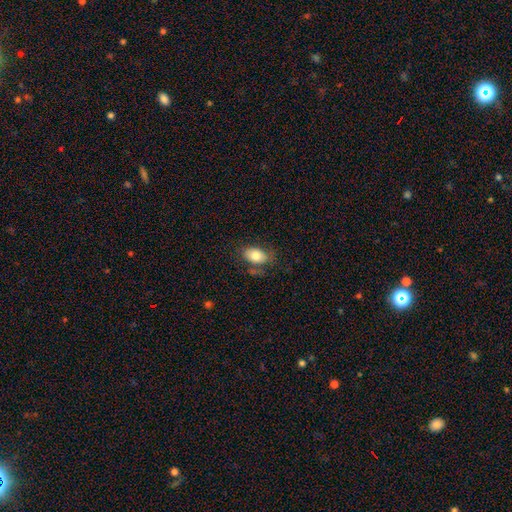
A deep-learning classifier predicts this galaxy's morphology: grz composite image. It shows a smooth galaxy with no disk features (79%) that is in between round and cigar-shaped (89%). Merging: none (69%).